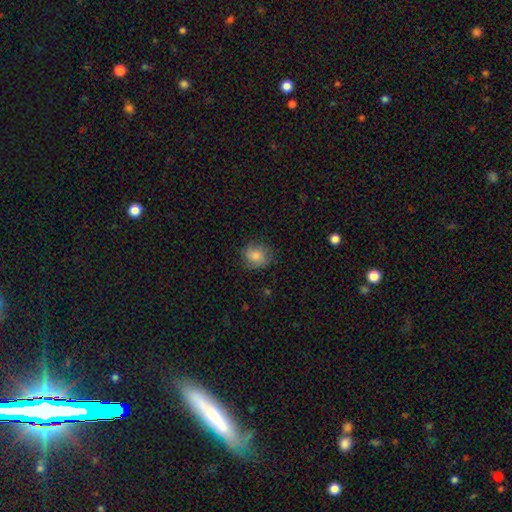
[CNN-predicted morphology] The model was most divided on "how rounded": round: 72%, in between: 27%, cigar-shaped: 1%. More confident: merging — none (74%); smooth or featured — smooth (74%).